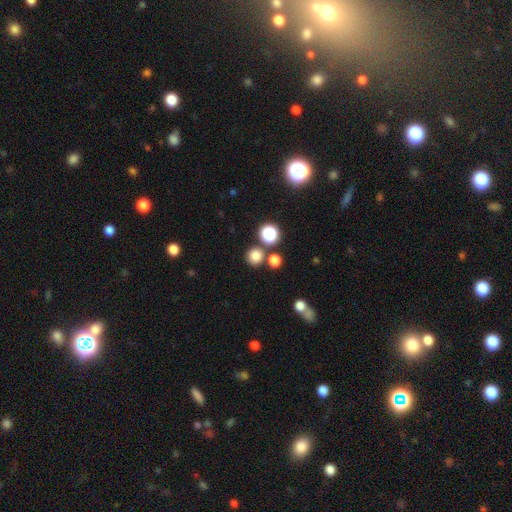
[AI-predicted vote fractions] Smooth or featured?
  - smooth: 79% *
  - star or artifact: 16%
  - featured or disk: 5%
How rounded?
  - round: 90% *
  - in between: 9%
  - cigar-shaped: 1%
Merging?
  - none: 76% *
  - merger: 13%
  - minor disturbance: 8%
  - major disturbance: 3%